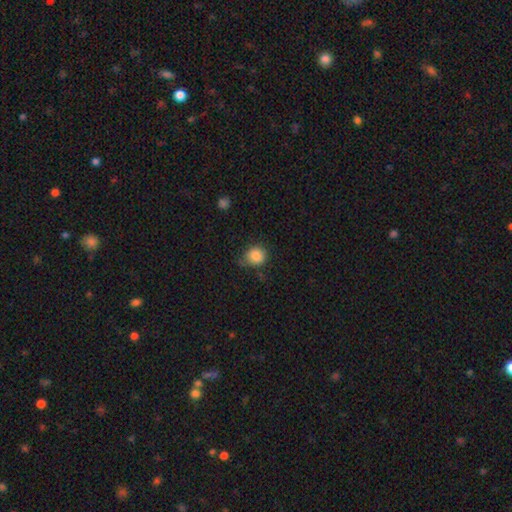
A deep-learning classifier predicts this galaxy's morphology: Overall: smooth (85%). How rounded: round (78%). Merging: none (61%; minor disturbance 29%).